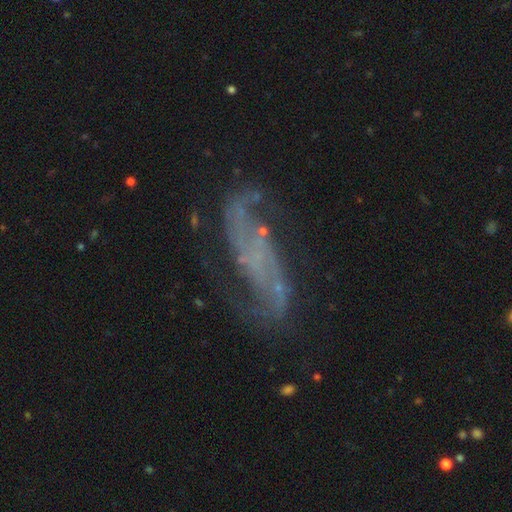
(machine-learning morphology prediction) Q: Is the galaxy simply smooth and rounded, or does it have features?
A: featured or disk — 77%.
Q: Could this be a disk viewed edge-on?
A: no — 91%.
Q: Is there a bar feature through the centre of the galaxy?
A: no — 58%.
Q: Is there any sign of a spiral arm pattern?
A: yes — 82%.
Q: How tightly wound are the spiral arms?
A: loose — 74%.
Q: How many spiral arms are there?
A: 2 — 75%.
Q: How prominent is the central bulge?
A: none — 71%.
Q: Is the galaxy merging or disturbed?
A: none — 58%.